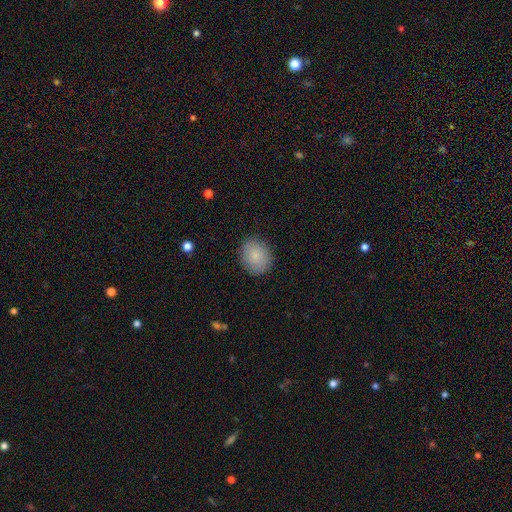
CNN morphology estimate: smooth 84%, featured or disk 8%, star or artifact 8%. Down the decision tree: how rounded — round (65%); merging — none (87%).